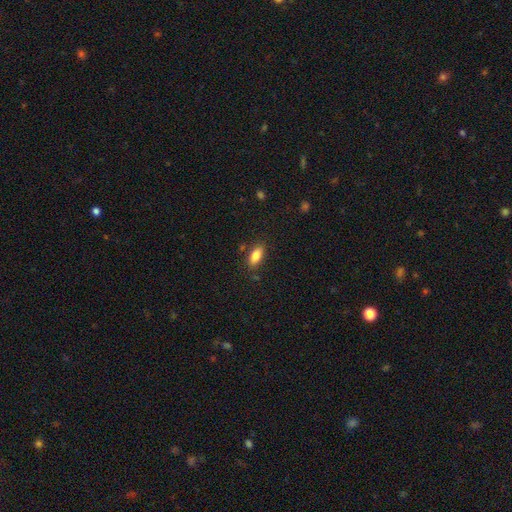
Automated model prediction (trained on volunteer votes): smooth 85%, star or artifact 8%, featured or disk 7%. Down the decision tree: how rounded — in between (88%); merging — none (84%).